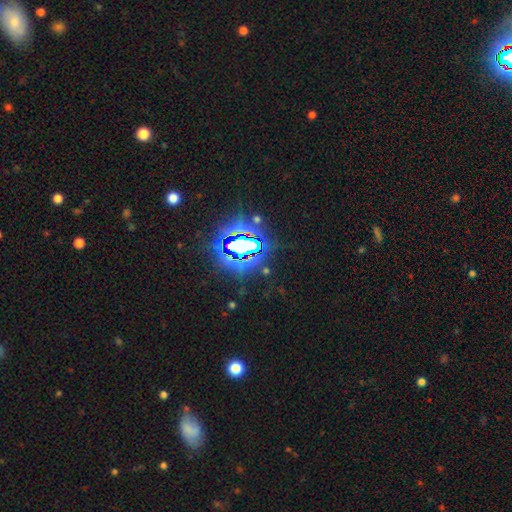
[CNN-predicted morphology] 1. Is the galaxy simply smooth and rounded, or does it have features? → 85% star or artifact, 8% smooth, 6% featured or disk.